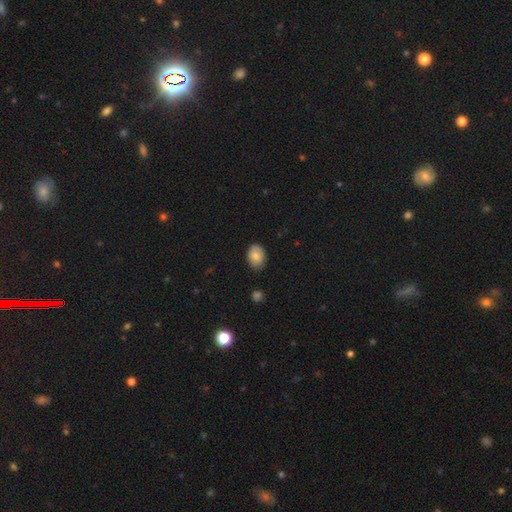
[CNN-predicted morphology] A smooth galaxy with no disk features (79%) that is in between round and cigar-shaped (77%). Merging: none (80%).